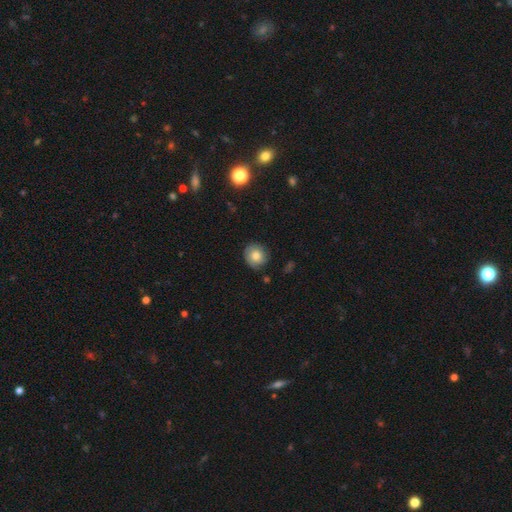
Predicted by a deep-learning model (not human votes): Smooth or featured: smooth — 76% (featured or disk — 15%)
How rounded: round — 85% (in between — 14%)
Merging: none — 81% (minor disturbance — 14%)